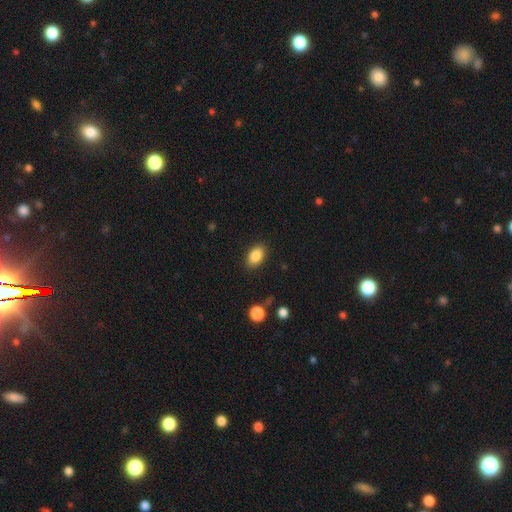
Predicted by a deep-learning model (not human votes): Smooth or featured? Predicted: smooth (p=0.86). How rounded? Predicted: in between (p=0.89). Merging? Predicted: none (p=0.87).